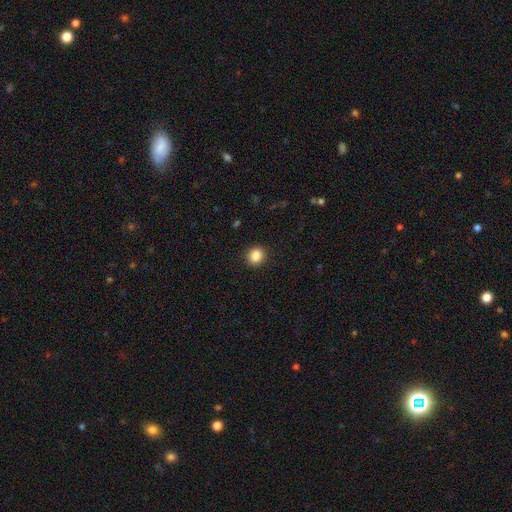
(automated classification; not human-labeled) Smooth or featured?
  - smooth: 86% *
  - star or artifact: 10%
  - featured or disk: 4%
How rounded?
  - round: 84% *
  - in between: 15%
  - cigar-shaped: 1%
Merging?
  - none: 91% *
  - minor disturbance: 6%
  - major disturbance: 2%
  - merger: 1%